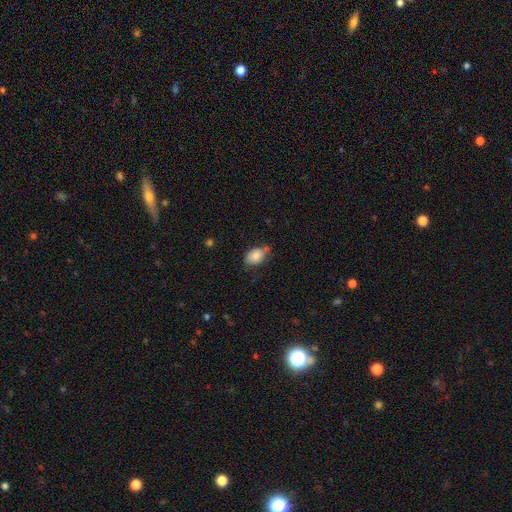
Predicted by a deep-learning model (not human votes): Overall: smooth (82%). How rounded: in between (82%). Merging: none (61%; minor disturbance 28%).